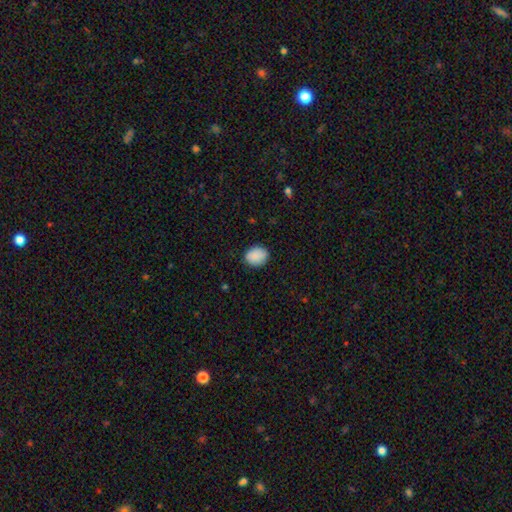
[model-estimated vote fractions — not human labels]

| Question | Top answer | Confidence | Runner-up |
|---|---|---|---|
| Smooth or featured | smooth | 88% | star or artifact (7%) |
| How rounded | in between | 51% | round (48%) |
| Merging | none | 83% | minor disturbance (13%) |